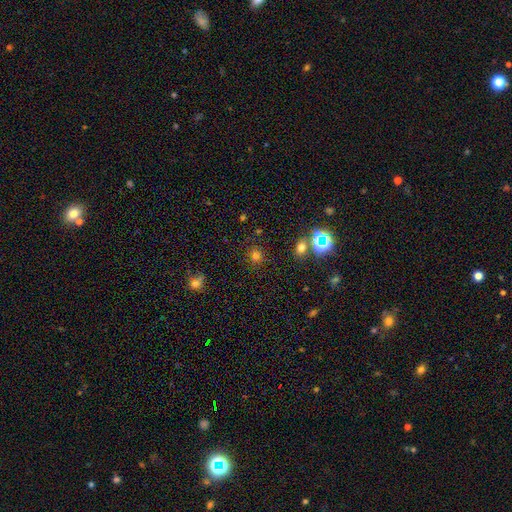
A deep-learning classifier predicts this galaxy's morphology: A smooth galaxy with no disk features (68%) that is round (82%). Merging: none (83%).